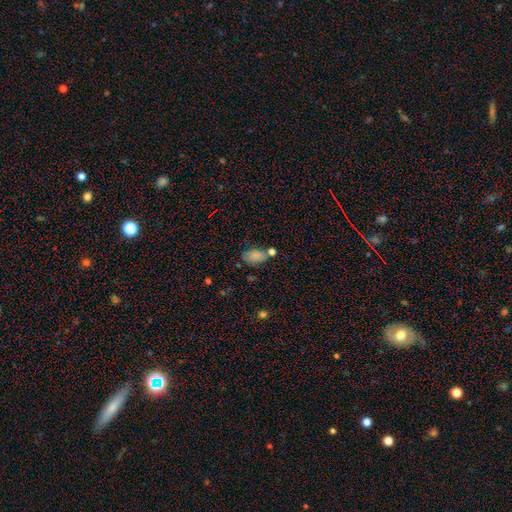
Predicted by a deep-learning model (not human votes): smooth-or-featured: smooth: 81% | star or artifact: 10% | featured or disk: 9%
  how-rounded: in between: 91% | round: 7% | cigar-shaped: 2%
  merging: none: 54% | minor disturbance: 21% | merger: 18% | major disturbance: 7%